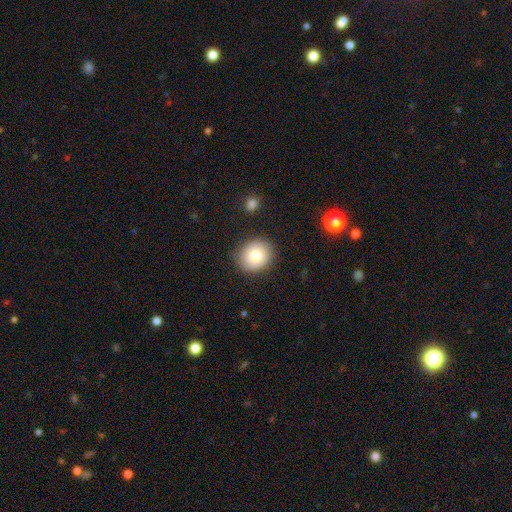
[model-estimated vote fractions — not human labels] A smooth galaxy with no disk features (80%) that is round (74%). Merging: none (86%).